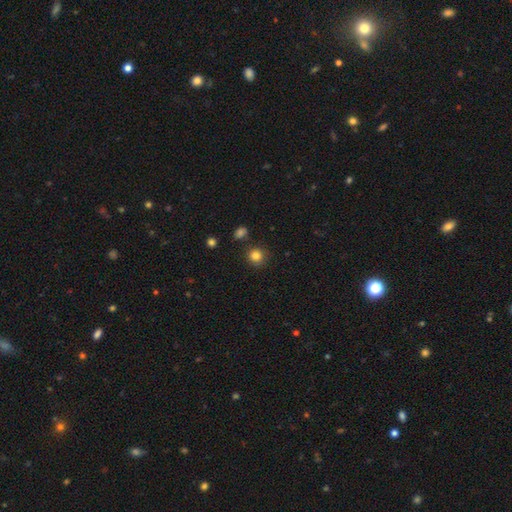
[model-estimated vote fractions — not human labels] The model was most divided on "smooth or featured": smooth: 83%, star or artifact: 12%, featured or disk: 5%. More confident: how rounded — round (91%); merging — none (86%).